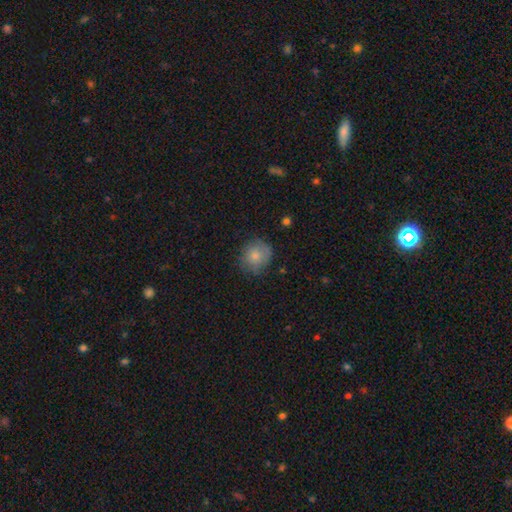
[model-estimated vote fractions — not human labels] Q: Smooth or featured?
A: smooth (80%); runner-up: featured or disk (12%)
Q: How rounded?
A: round (83%); runner-up: in between (17%)
Q: Merging?
A: none (75%); runner-up: minor disturbance (19%)